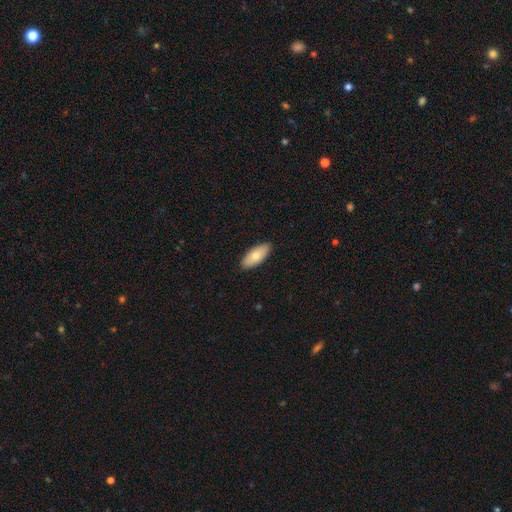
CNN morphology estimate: A smooth galaxy with no disk features (76%) that is in between round and cigar-shaped (87%).

Vote fractions:
- Smooth or featured? smooth: 76% / featured or disk: 19% / star or artifact: 6%
- How rounded? in between: 87% / cigar-shaped: 11% / round: 2%
- Merging? none: 90% / minor disturbance: 8% / major disturbance: 2% / merger: 1%